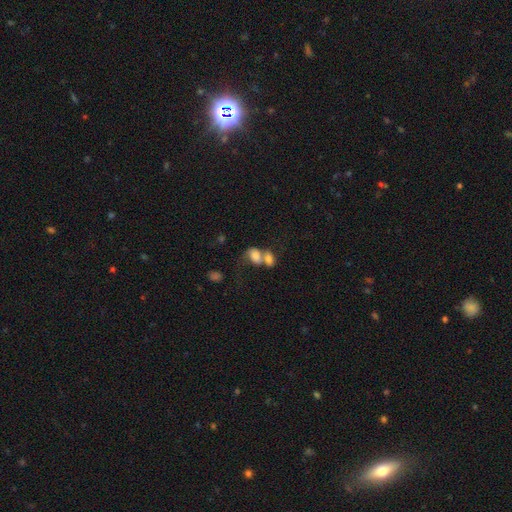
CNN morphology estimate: Q: Smooth or featured?
A: smooth (72%); runner-up: featured or disk (18%)
Q: How rounded?
A: in between (80%); runner-up: round (18%)
Q: Merging?
A: merger (73%); runner-up: none (13%)